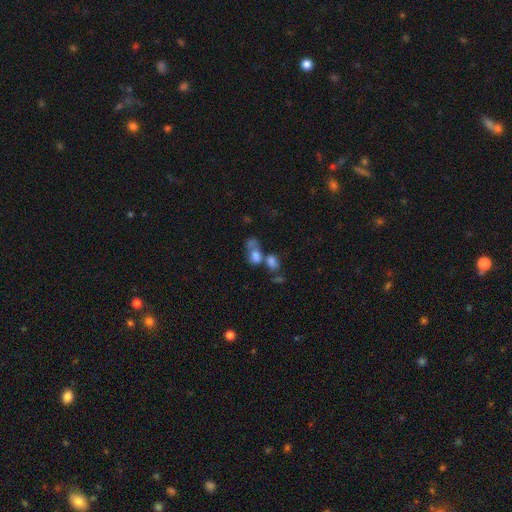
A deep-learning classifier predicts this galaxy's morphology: This is likely a smooth galaxy (69%). How rounded: likely in between (69%). Merging: likely merger (62%).